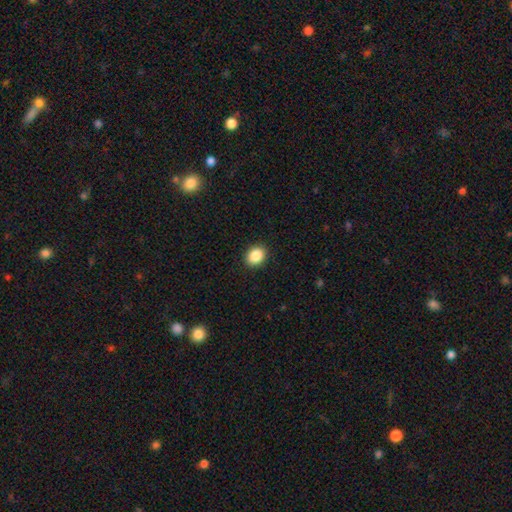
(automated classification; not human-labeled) Overall: smooth (88%). How rounded: in between (51%; round 48%). Merging: none (91%).